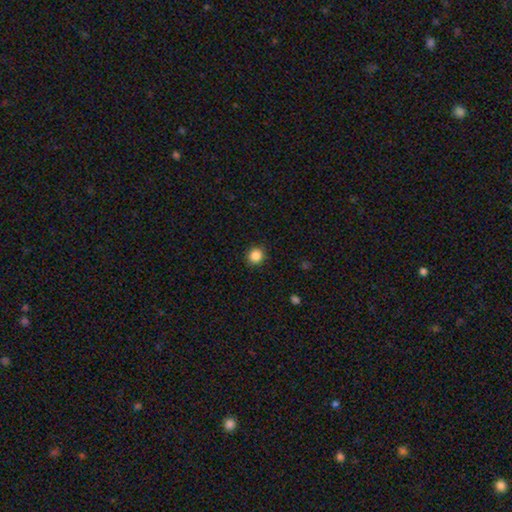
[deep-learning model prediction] A smooth galaxy with no disk features (86%) that is round (92%).

Vote fractions:
- Smooth or featured? smooth: 86% / star or artifact: 11% / featured or disk: 3%
- How rounded? round: 92% / in between: 7% / cigar-shaped: 1%
- Merging? none: 91% / minor disturbance: 6% / major disturbance: 2% / merger: 1%